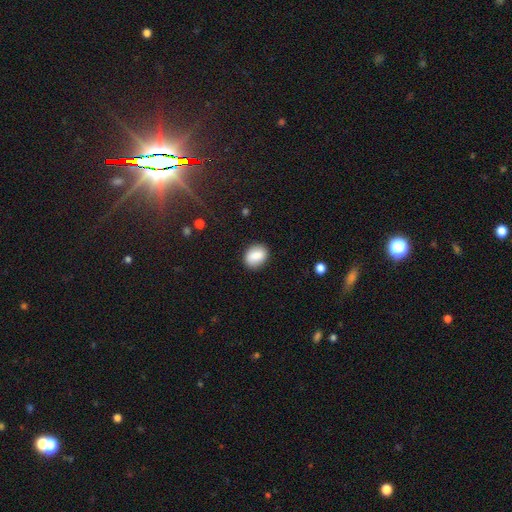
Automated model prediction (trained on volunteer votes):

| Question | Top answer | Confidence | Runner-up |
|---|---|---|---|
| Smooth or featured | smooth | 86% | star or artifact (7%) |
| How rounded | in between | 67% | round (32%) |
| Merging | none | 85% | minor disturbance (11%) |